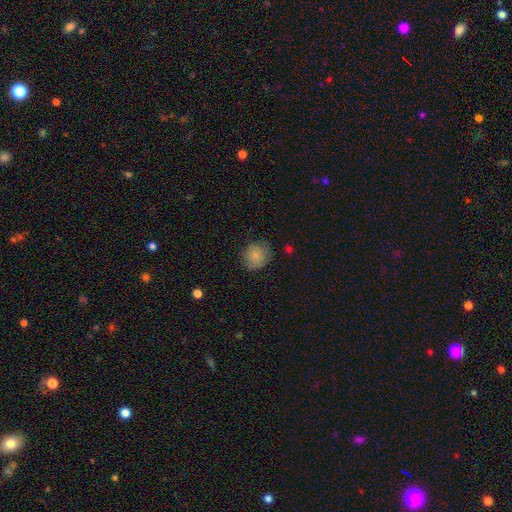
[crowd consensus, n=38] This is clearly a smooth galaxy (84%). How rounded: likely round (66%). Merging: clearly none (81%).